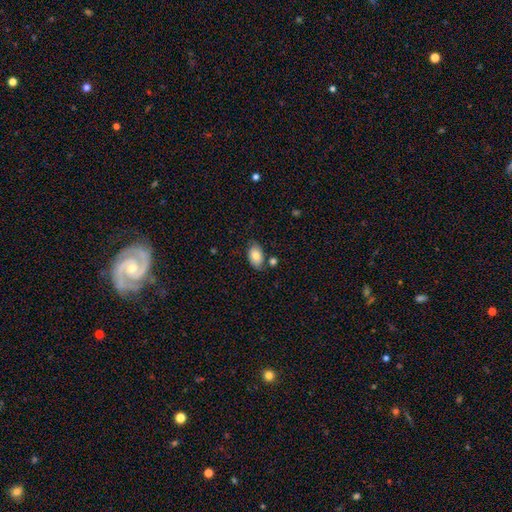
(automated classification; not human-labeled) Smooth or featured?
  - smooth: 80% *
  - featured or disk: 12%
  - star or artifact: 7%
How rounded?
  - in between: 91% *
  - round: 8%
  - cigar-shaped: 1%
Merging?
  - none: 74% *
  - minor disturbance: 14%
  - merger: 8%
  - major disturbance: 3%